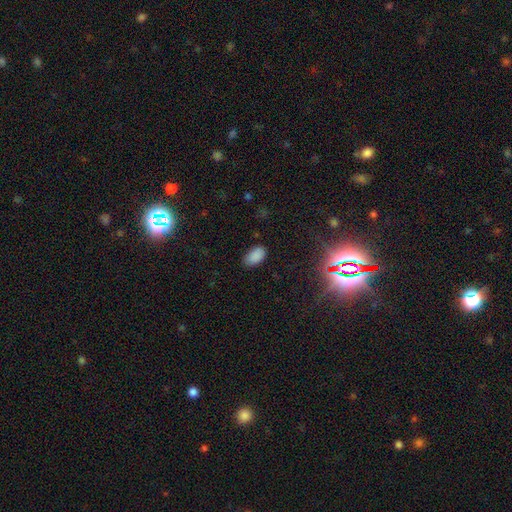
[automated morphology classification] The model was most divided on "merging": none: 82%, minor disturbance: 14%, major disturbance: 3%, merger: 1%. More confident: how rounded — in between (94%); smooth or featured — smooth (86%).